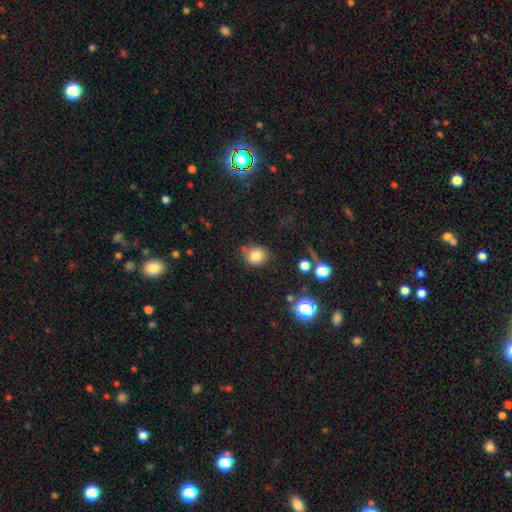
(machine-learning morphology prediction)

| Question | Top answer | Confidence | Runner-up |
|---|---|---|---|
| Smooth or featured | smooth | 81% | star or artifact (12%) |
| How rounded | round | 77% | in between (22%) |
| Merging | none | 67% | minor disturbance (23%) |